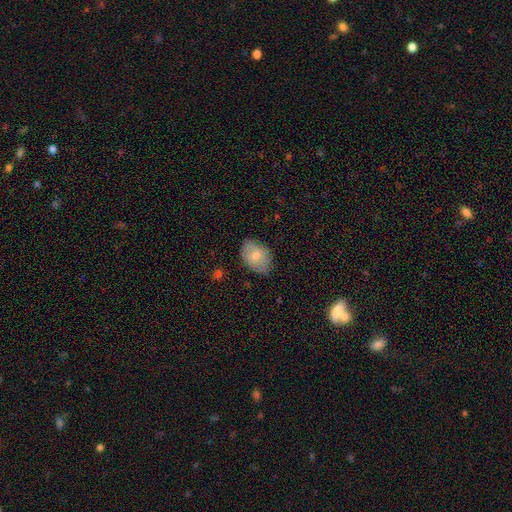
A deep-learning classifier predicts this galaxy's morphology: A smooth galaxy with no disk features (70%) that is in between round and cigar-shaped (83%). Merging: none (69%).